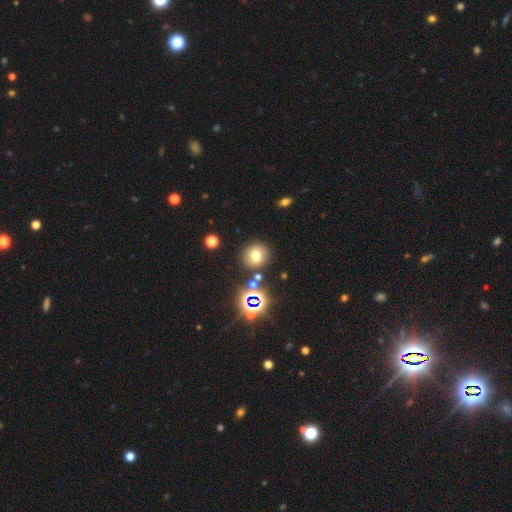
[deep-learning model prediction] smooth_or_featured: smooth (p=0.69) [alt: star or artifact p=0.20]
how_rounded: round (p=0.89) [alt: in between p=0.10]
merging: none (p=0.82) [alt: minor disturbance p=0.08]